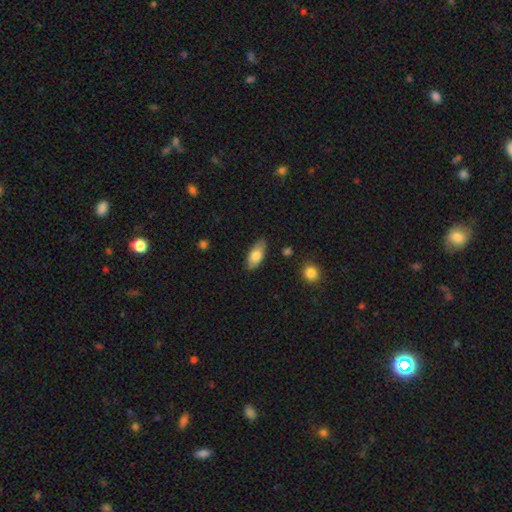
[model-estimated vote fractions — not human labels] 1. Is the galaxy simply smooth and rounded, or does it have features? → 78% smooth, 16% featured or disk, 6% star or artifact.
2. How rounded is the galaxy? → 86% in between, 11% cigar-shaped, 3% round.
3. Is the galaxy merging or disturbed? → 83% none, 13% minor disturbance, 2% major disturbance, 2% merger.